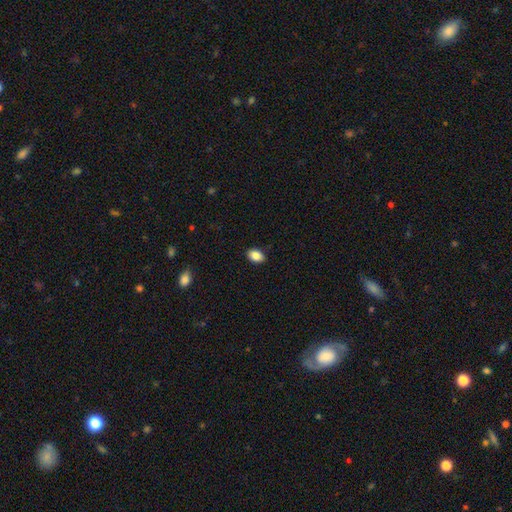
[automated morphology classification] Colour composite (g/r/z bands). It shows a smooth galaxy with no disk features (86%) that is in between round and cigar-shaped (82%). Merging: none (89%).